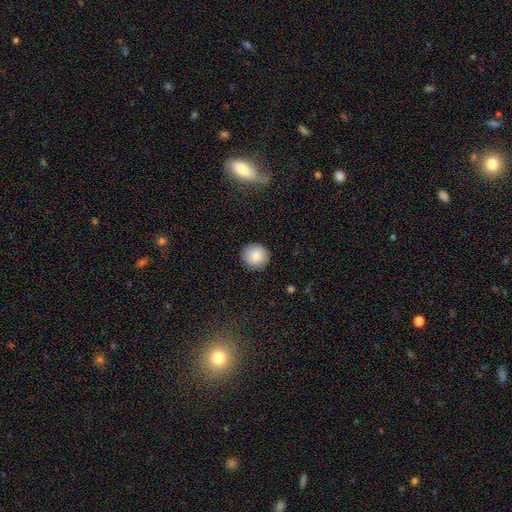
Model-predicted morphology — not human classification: Smooth or featured? smooth (85%)
How rounded? round (94%)
Merging? none (91%)